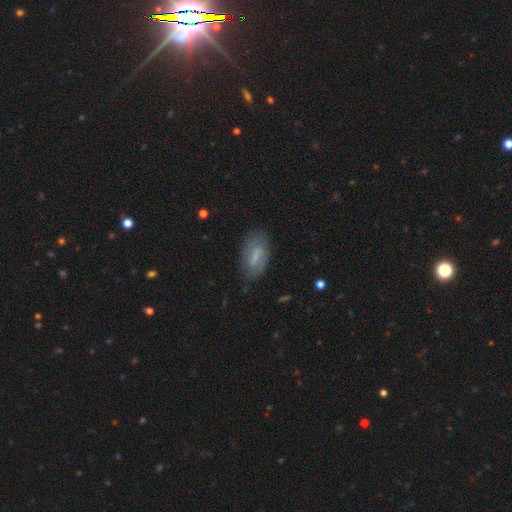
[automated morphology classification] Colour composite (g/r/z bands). It shows a featured or disk galaxy (47%). Merging: none (73%).